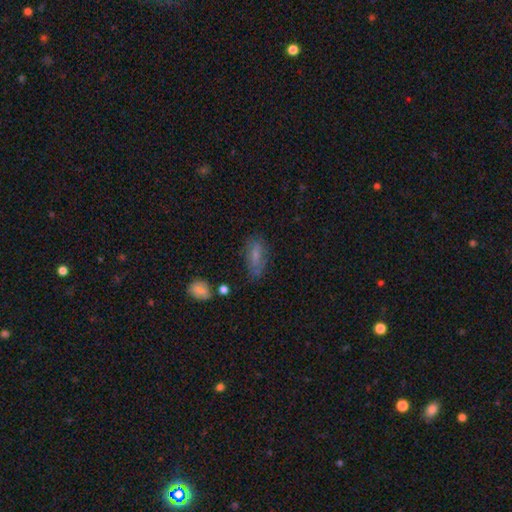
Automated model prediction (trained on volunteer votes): Smooth or featured? smooth (68%)
How rounded? in between (81%)
Merging? none (62%)